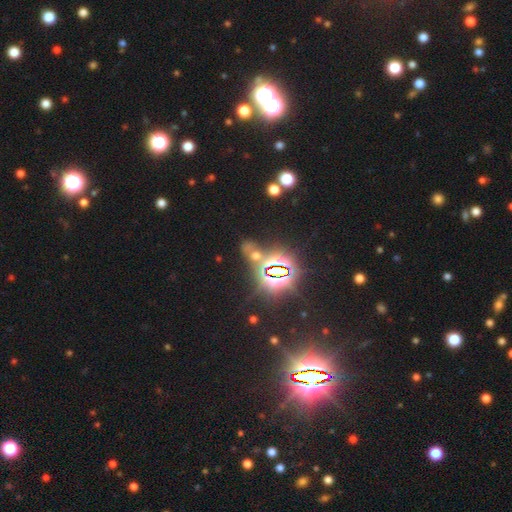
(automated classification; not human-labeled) Smooth or featured? Predicted: star or artifact (p=0.63).